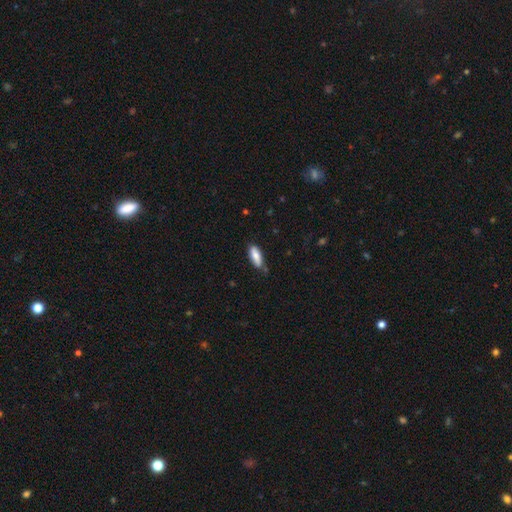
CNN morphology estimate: The model was most divided on "how rounded": in between: 72%, cigar-shaped: 26%, round: 2%. More confident: smooth or featured — smooth (81%); merging — none (74%).